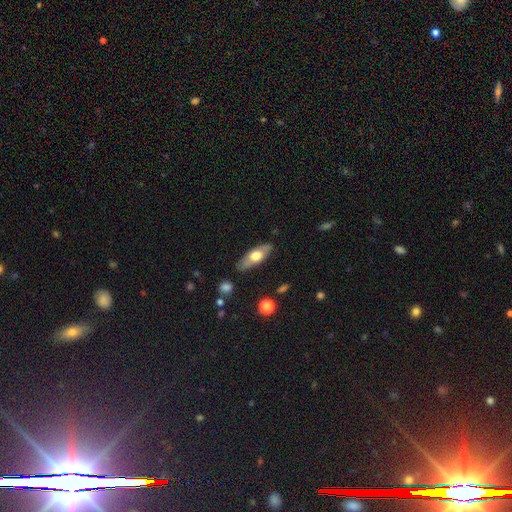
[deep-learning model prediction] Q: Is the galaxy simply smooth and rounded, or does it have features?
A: smooth — 52%.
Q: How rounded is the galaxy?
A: in between — 66%.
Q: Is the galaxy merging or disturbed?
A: none — 81%.